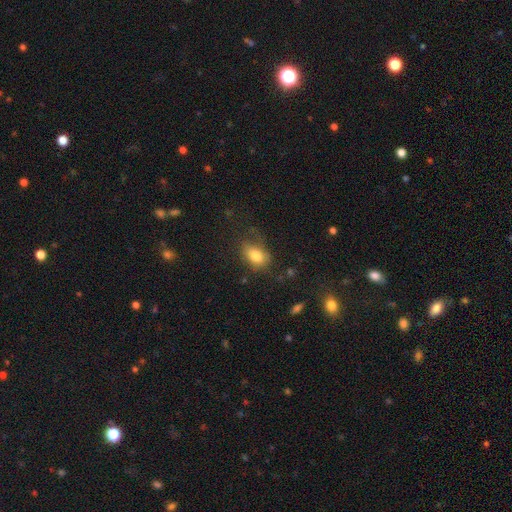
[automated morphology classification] Overall: smooth (80%). How rounded: in between (80%). Merging: none (60%; minor disturbance 25%).